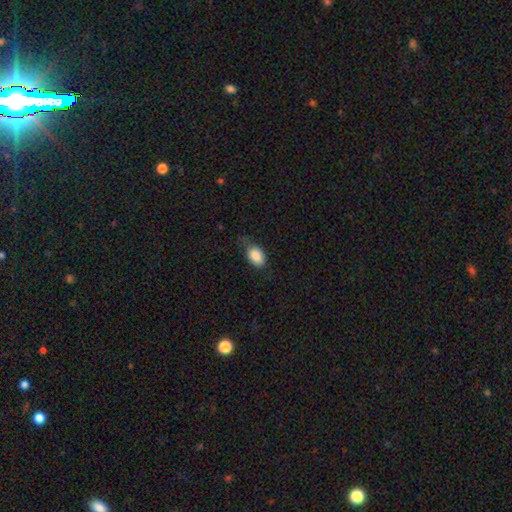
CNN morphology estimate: Smooth or featured?
  - smooth: 87% *
  - star or artifact: 7%
  - featured or disk: 6%
How rounded?
  - in between: 86% *
  - round: 12%
  - cigar-shaped: 1%
Merging?
  - none: 55% *
  - minor disturbance: 32%
  - major disturbance: 11%
  - merger: 2%